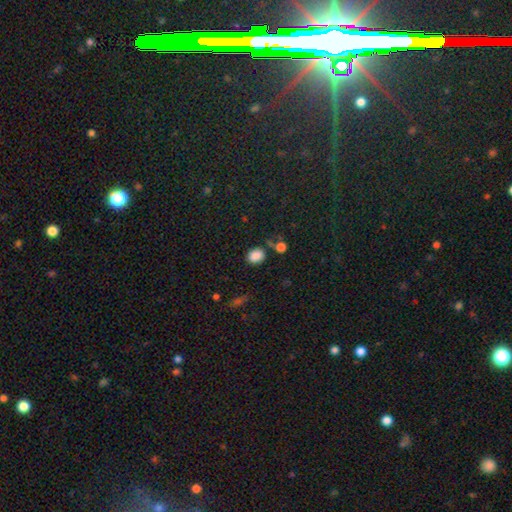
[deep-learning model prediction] A smooth galaxy with no disk features (85%) that is in between round and cigar-shaped (53%).

Vote fractions:
- Smooth or featured? smooth: 85% / star or artifact: 11% / featured or disk: 4%
- How rounded? in between: 53% / round: 45% / cigar-shaped: 1%
- Merging? none: 69% / minor disturbance: 17% / merger: 9% / major disturbance: 5%